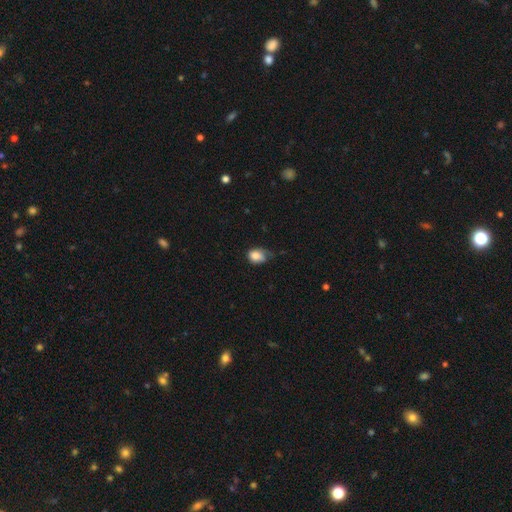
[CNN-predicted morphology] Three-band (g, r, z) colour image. It shows a smooth galaxy with no disk features (78%) that is in between round and cigar-shaped (68%). Merging: minor disturbance (41%).